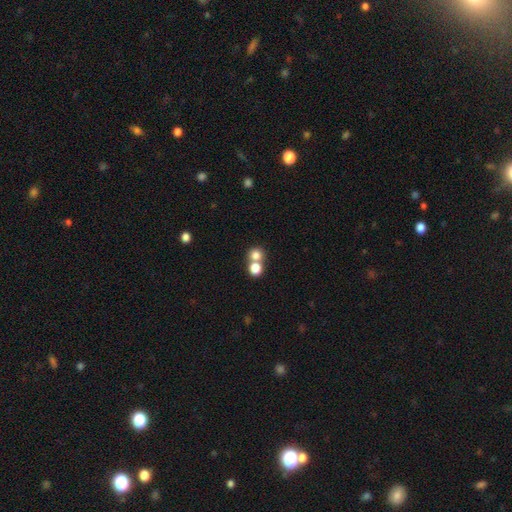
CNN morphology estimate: This appears to be a smooth galaxy with no disk features (78%) that is round (85%). Merging: none (49%).